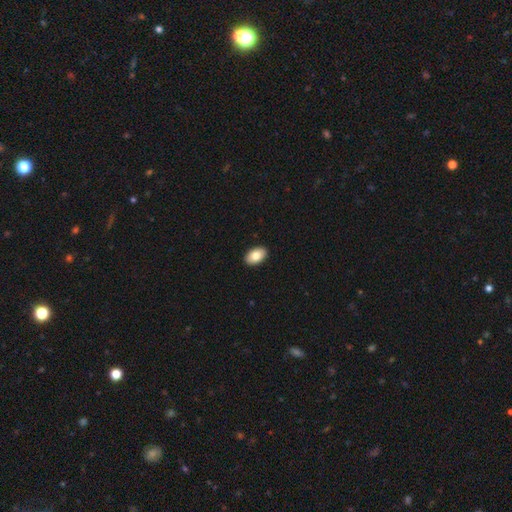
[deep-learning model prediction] Smooth or featured: smooth — 82% (featured or disk — 11%)
How rounded: in between — 92% (round — 6%)
Merging: none — 92% (minor disturbance — 6%)